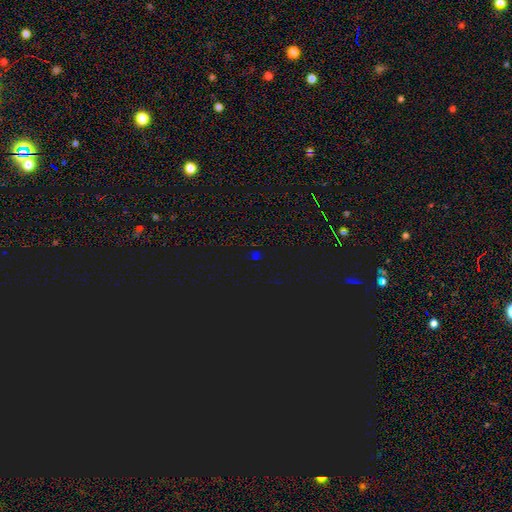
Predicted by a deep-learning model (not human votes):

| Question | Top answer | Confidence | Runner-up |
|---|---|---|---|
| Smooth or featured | star or artifact | 67% | smooth (28%) |